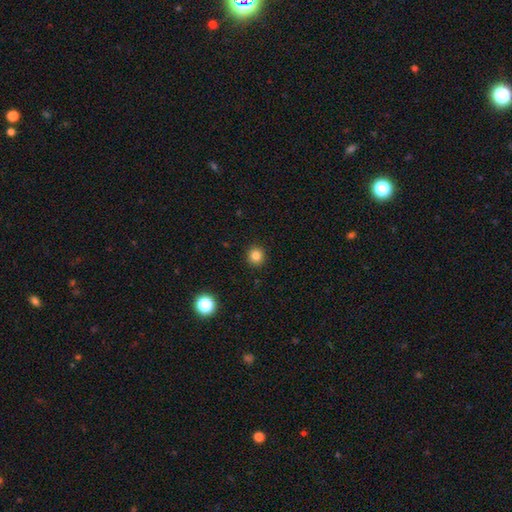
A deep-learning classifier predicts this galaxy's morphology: Smooth or featured? smooth (84%)
How rounded? round (92%)
Merging? none (92%)